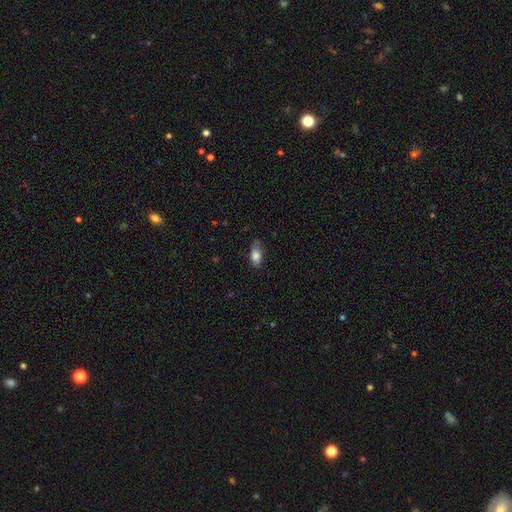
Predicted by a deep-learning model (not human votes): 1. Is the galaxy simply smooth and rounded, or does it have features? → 80% smooth, 12% featured or disk, 7% star or artifact.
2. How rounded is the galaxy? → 88% in between, 7% cigar-shaped, 6% round.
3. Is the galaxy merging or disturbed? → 67% none, 26% minor disturbance, 6% major disturbance, 1% merger.